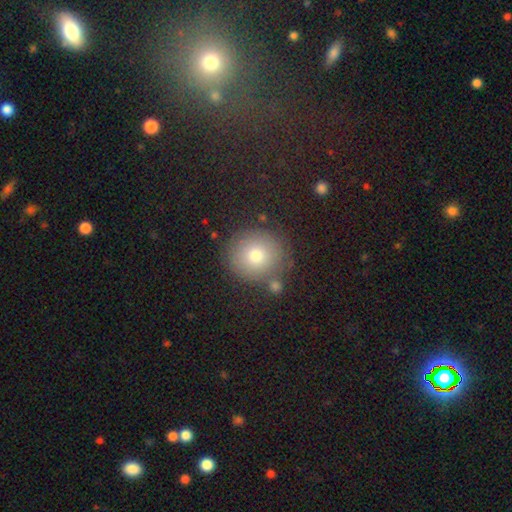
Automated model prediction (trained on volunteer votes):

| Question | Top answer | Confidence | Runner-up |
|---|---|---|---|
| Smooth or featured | smooth | 75% | featured or disk (13%) |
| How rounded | round | 92% | in between (7%) |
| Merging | none | 79% | minor disturbance (10%) |